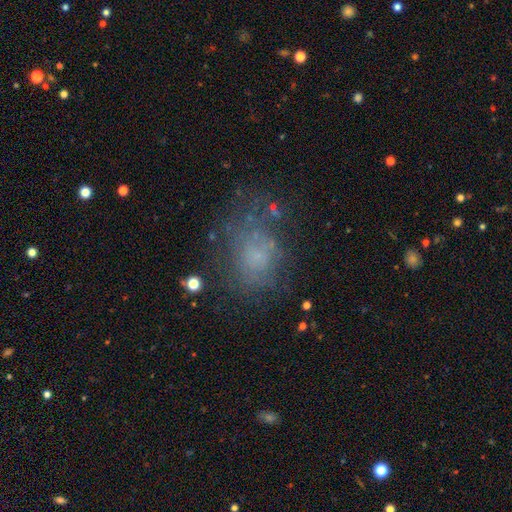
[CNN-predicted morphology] This is possibly a smooth galaxy (50%). How rounded: possibly in between (56%). Merging: possibly none (53%).